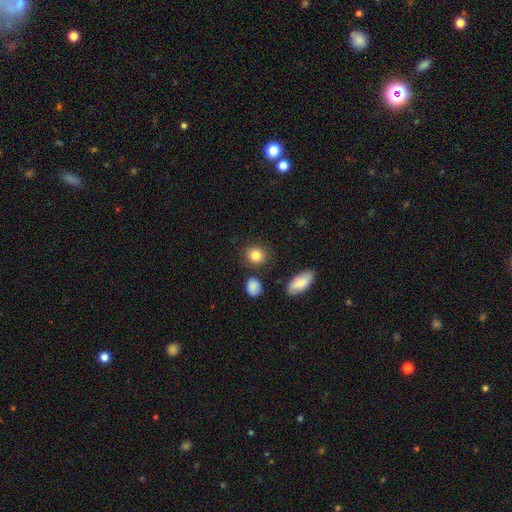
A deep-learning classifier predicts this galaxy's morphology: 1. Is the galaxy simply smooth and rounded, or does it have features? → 84% smooth, 9% star or artifact, 7% featured or disk.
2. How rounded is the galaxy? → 76% round, 22% in between, 1% cigar-shaped.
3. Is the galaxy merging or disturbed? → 85% none, 9% minor disturbance, 4% merger, 3% major disturbance.